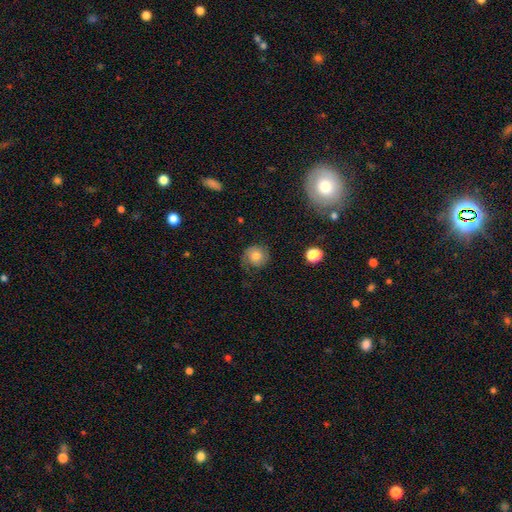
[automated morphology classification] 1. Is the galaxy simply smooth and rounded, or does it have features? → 60% smooth, 30% featured or disk, 10% star or artifact.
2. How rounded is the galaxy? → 86% round, 13% in between, 1% cigar-shaped.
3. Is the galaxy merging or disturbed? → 62% none, 22% minor disturbance, 15% major disturbance, 2% merger.